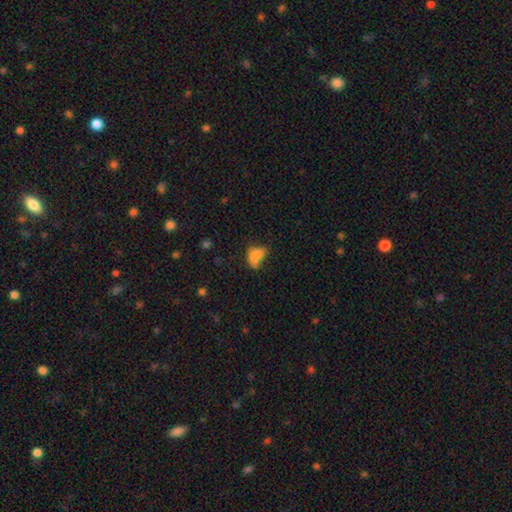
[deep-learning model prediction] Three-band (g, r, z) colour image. It shows a smooth galaxy with no disk features (71%) that is in between round and cigar-shaped (84%). Merging: none (29%).